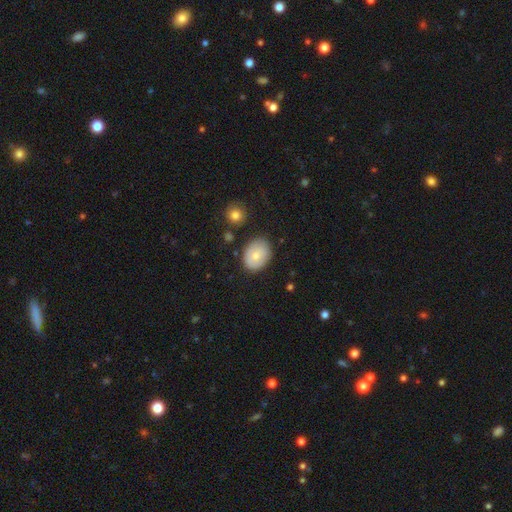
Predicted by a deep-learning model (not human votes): This is likely a smooth galaxy (68%). How rounded: likely in between (62%). Merging: likely none (77%).